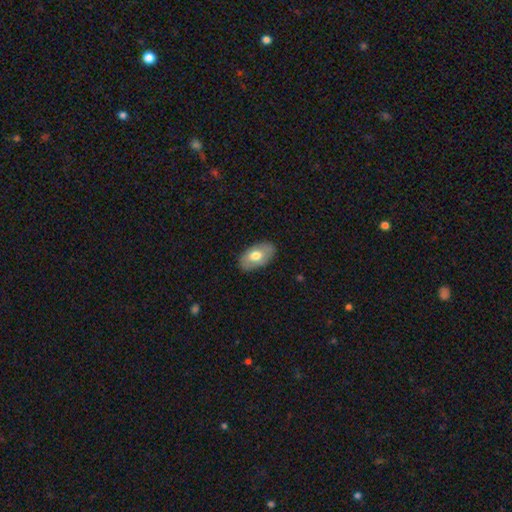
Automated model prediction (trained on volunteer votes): smooth_or_featured: smooth (p=0.66) [alt: featured or disk p=0.28]
how_rounded: in between (p=0.93) [alt: round p=0.05]
merging: none (p=0.84) [alt: minor disturbance p=0.12]